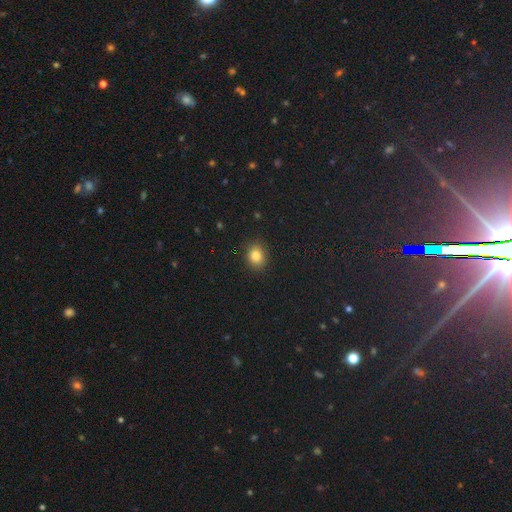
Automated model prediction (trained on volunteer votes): smooth 82%, star or artifact 12%, featured or disk 5%. Down the decision tree: how rounded — round (62%); merging — none (88%).